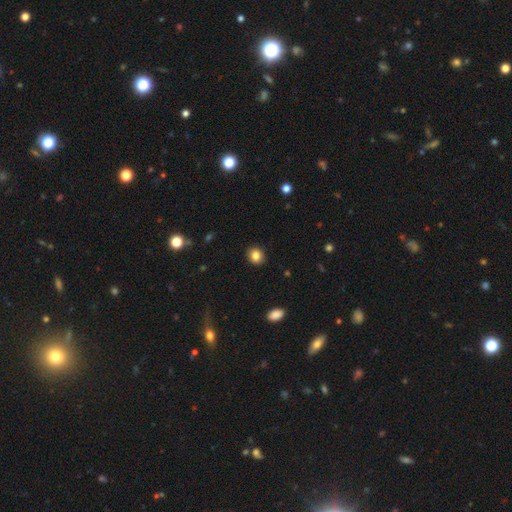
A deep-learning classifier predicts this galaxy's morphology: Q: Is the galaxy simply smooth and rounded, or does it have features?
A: smooth — 85%.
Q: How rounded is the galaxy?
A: round — 74%.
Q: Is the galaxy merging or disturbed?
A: none — 91%.